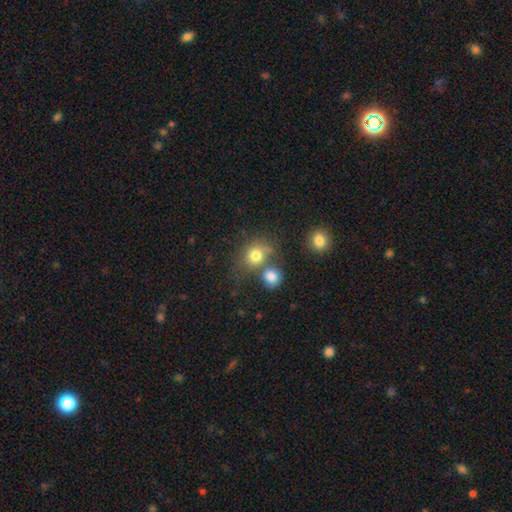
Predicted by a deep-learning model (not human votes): A smooth galaxy with no disk features (77%) that is round (75%). Merging: none (54%).